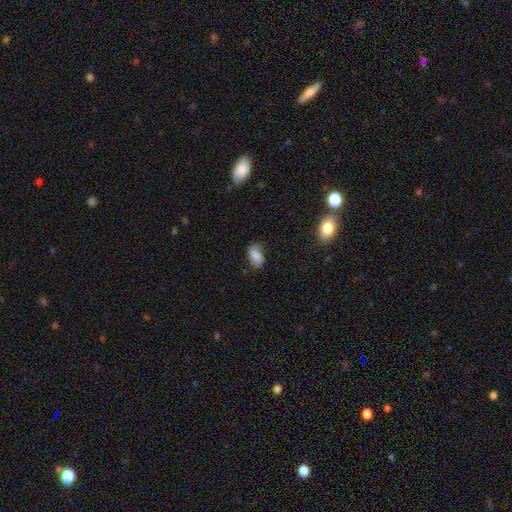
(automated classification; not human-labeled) Smooth or featured: smooth — 77% (featured or disk — 14%)
How rounded: in between — 91% (round — 7%)
Merging: none — 69% (minor disturbance — 24%)